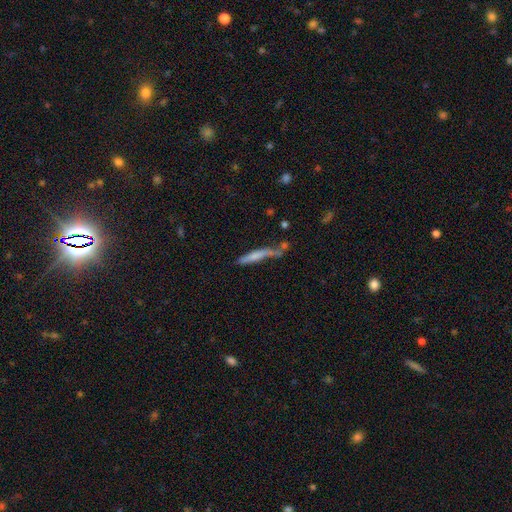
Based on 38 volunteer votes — smooth_or_featured: smooth (p=0.55) [alt: featured or disk p=0.39]
how_rounded: cigar-shaped (p=0.90) [alt: in between p=0.10]
merging: none (p=0.64) [alt: minor disturbance p=0.17]